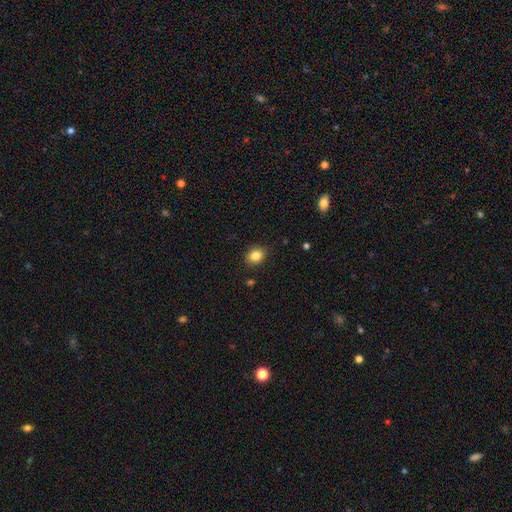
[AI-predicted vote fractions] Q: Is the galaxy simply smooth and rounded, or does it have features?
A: smooth — 84%.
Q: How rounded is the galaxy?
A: round — 57%.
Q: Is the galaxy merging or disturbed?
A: none — 87%.